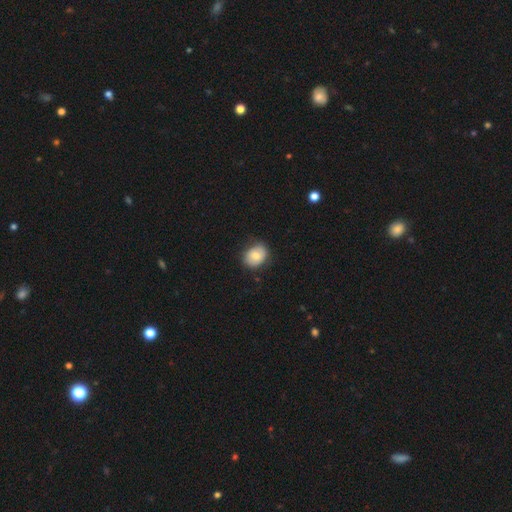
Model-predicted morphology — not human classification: type=smooth (77%); roundness=in between (54%); merging=none (77%).